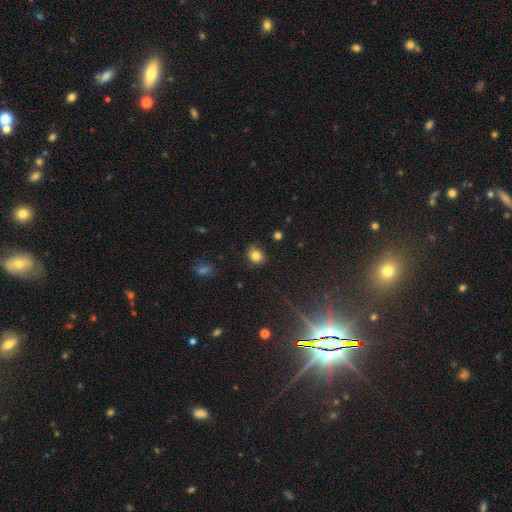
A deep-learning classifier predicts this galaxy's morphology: Smooth or featured? Predicted: smooth (p=0.80). How rounded? Predicted: round (p=0.72). Merging? Predicted: none (p=0.82).